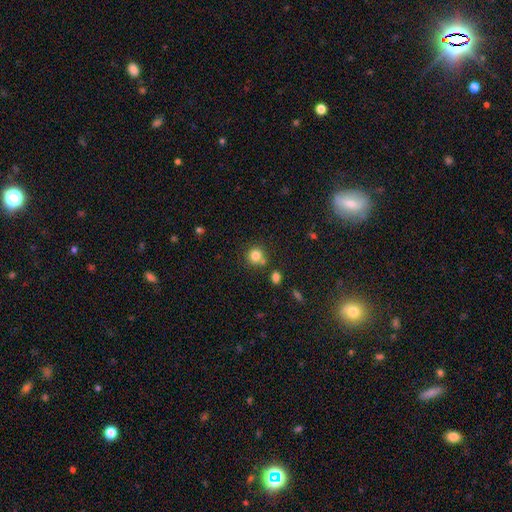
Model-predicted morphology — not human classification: Q: Smooth or featured?
A: smooth (82%); runner-up: star or artifact (11%)
Q: How rounded?
A: round (88%); runner-up: in between (11%)
Q: Merging?
A: none (67%); runner-up: merger (19%)